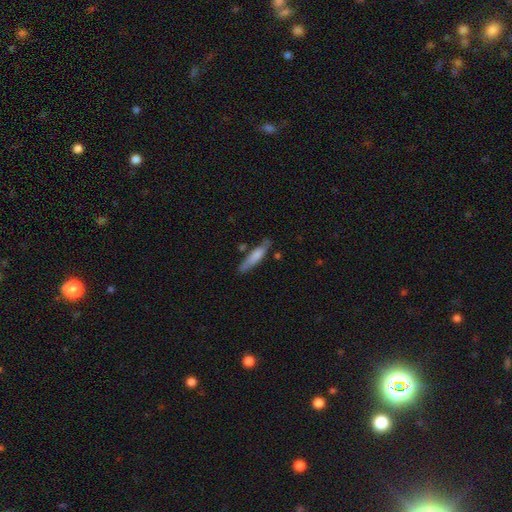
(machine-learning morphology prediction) This appears to be a smooth galaxy with no disk features (73%) that is cigar-shaped (80%). Merging: none (68%).